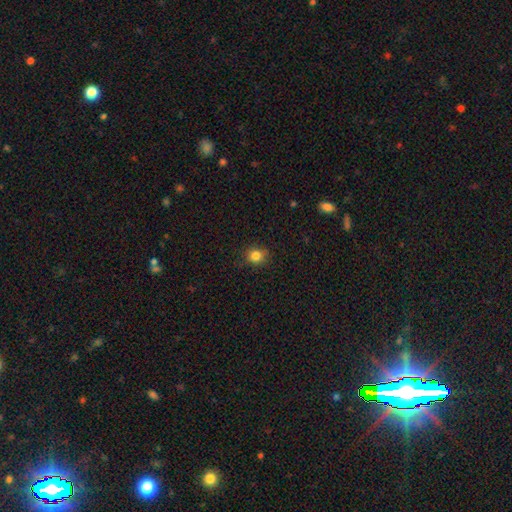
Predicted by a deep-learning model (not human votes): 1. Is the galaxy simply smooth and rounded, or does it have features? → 84% smooth, 12% star or artifact, 4% featured or disk.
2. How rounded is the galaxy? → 81% round, 18% in between, 1% cigar-shaped.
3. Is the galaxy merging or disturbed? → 84% none, 12% minor disturbance, 3% major disturbance, 1% merger.